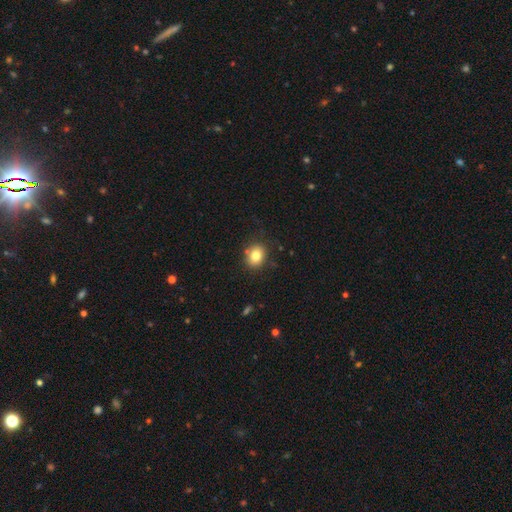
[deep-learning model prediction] Smooth or featured?
  - smooth: 80% *
  - star or artifact: 11%
  - featured or disk: 9%
How rounded?
  - round: 60% *
  - in between: 39%
  - cigar-shaped: 1%
Merging?
  - none: 82% *
  - minor disturbance: 11%
  - merger: 3%
  - major disturbance: 3%